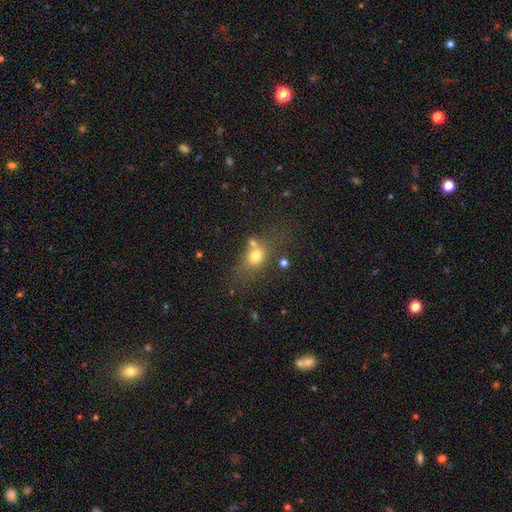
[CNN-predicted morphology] A smooth galaxy with no disk features (72%) that is in between round and cigar-shaped (57%). Merging: none (46%).